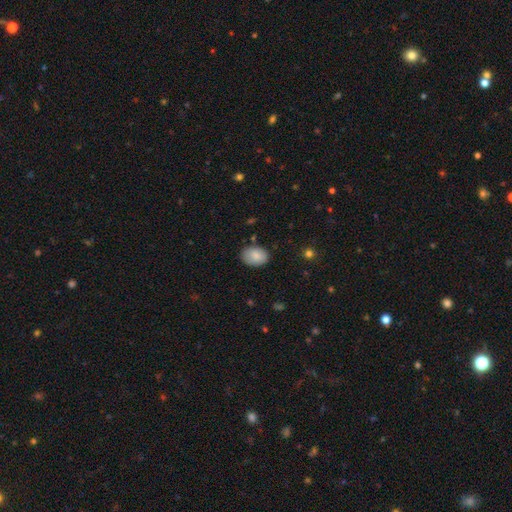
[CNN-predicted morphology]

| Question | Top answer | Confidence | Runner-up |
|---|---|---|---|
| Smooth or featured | smooth | 86% | featured or disk (7%) |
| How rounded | in between | 80% | round (19%) |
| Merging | none | 81% | minor disturbance (14%) |